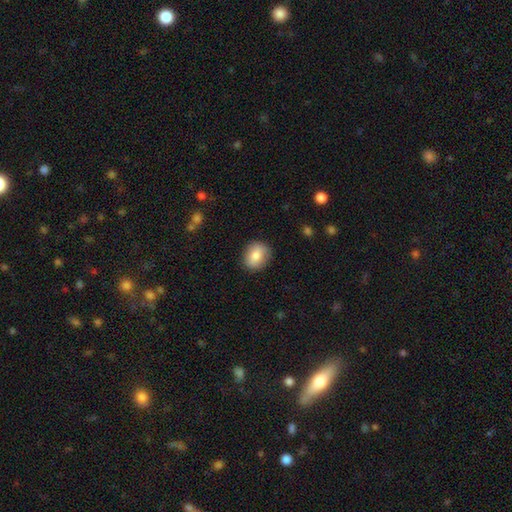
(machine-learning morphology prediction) This is clearly a smooth galaxy (82%). How rounded: possibly round (59%). Merging: clearly none (86%).